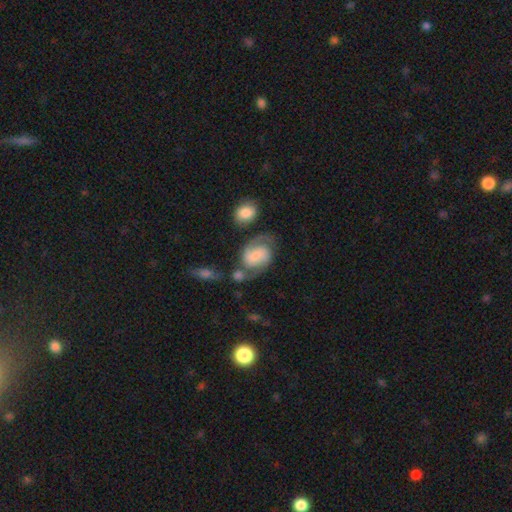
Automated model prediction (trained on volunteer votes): smooth_or_featured: featured or disk (p=0.68) [alt: smooth p=0.25]
disk_edge_on: no (p=0.98) [alt: yes p=0.02]
bar: weak (p=0.43) [alt: no p=0.40]
has_spiral_arms: yes (p=0.93) [alt: no p=0.07]
spiral_winding: medium (p=0.51) [alt: tight p=0.29]
spiral_arm_count: 2 (p=0.88) [alt: can't tell p=0.05]
bulge_size: small (p=0.33) [alt: none p=0.29]
merging: none (p=0.51) [alt: minor disturbance p=0.20]